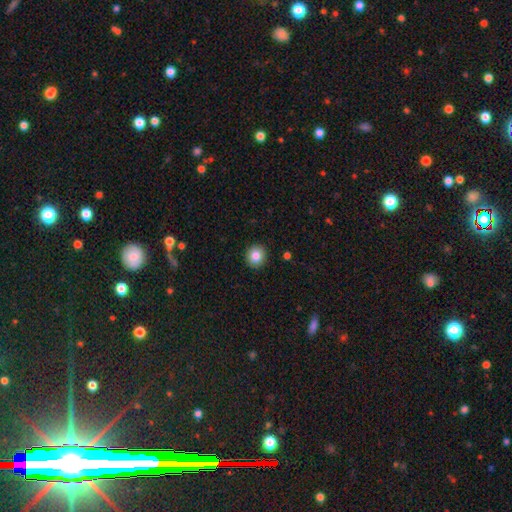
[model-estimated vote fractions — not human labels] Smooth or featured: smooth — 84% (star or artifact — 9%)
How rounded: round — 87% (in between — 12%)
Merging: none — 92% (minor disturbance — 6%)